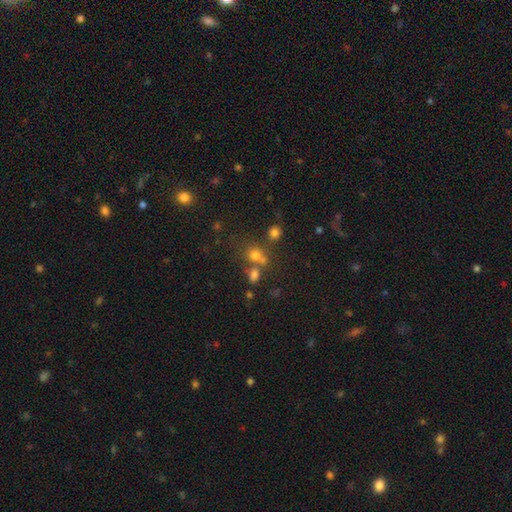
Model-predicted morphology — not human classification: This appears to be a smooth galaxy with no disk features (62%) that is round (74%). Merging: none (50%).